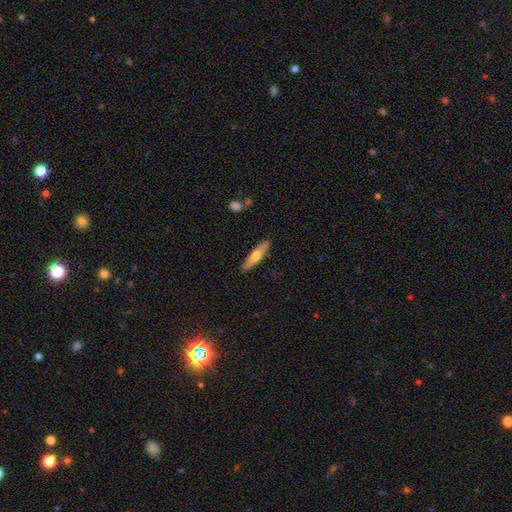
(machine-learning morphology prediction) This is possibly a smooth galaxy (59%). How rounded: likely cigar-shaped (80%). Merging: clearly none (86%).